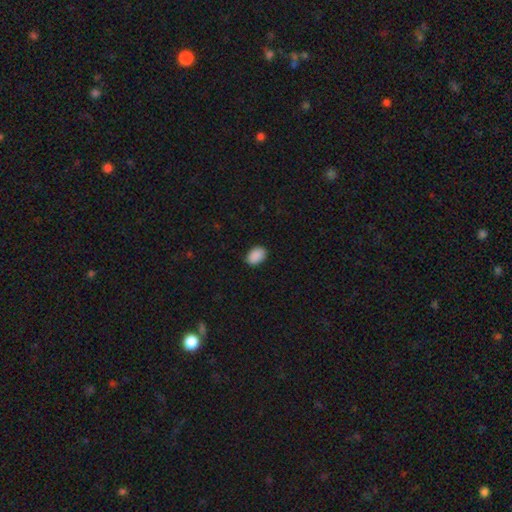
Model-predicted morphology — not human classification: Overall: smooth (91%). How rounded: in between (85%). Merging: none (87%).